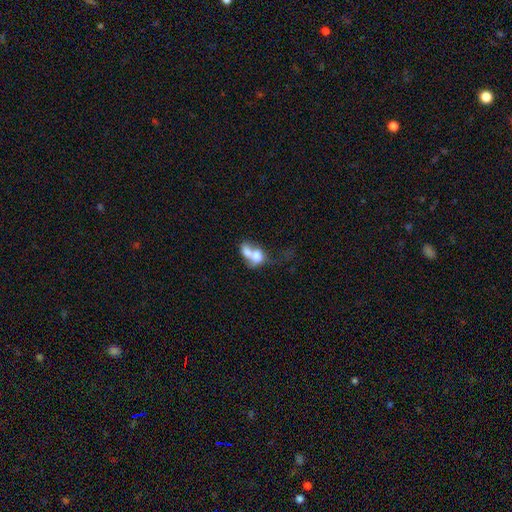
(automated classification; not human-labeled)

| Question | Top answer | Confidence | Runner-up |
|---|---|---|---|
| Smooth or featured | smooth | 66% | featured or disk (25%) |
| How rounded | in between | 61% | round (37%) |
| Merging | merger | 75% | none (11%) |